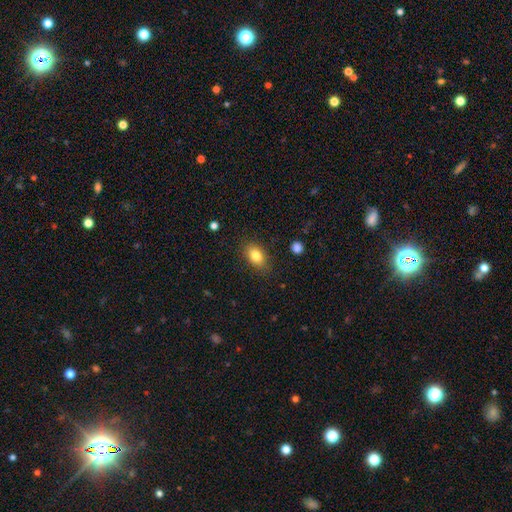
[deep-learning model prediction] Morphology: type=smooth (83%); roundness=in between (83%); merging=none (83%).